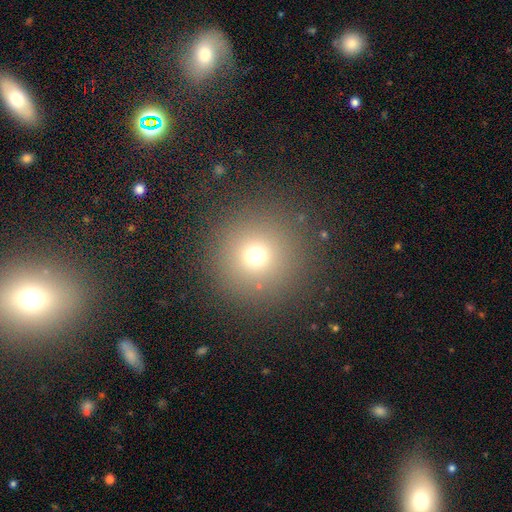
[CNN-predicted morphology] Smooth or featured?
  - smooth: 70% *
  - star or artifact: 22%
  - featured or disk: 9%
How rounded?
  - round: 96% *
  - in between: 3%
  - cigar-shaped: 1%
Merging?
  - none: 88% *
  - minor disturbance: 6%
  - major disturbance: 4%
  - merger: 2%